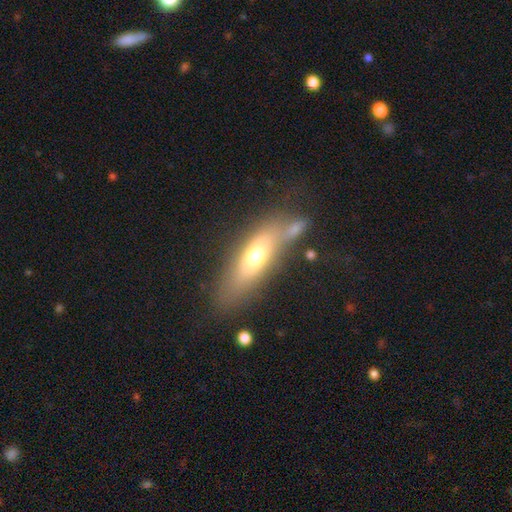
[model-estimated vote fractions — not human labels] smooth_or_featured: smooth (p=0.57) [alt: featured or disk p=0.36]
how_rounded: in between (p=0.49) [alt: cigar-shaped p=0.48]
merging: none (p=0.58) [alt: minor disturbance p=0.18]